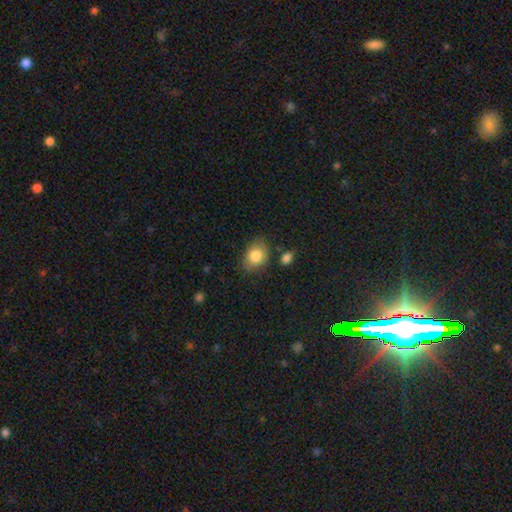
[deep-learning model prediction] This appears to be a smooth galaxy with no disk features (83%) that is in between round and cigar-shaped (67%). Merging: none (73%).